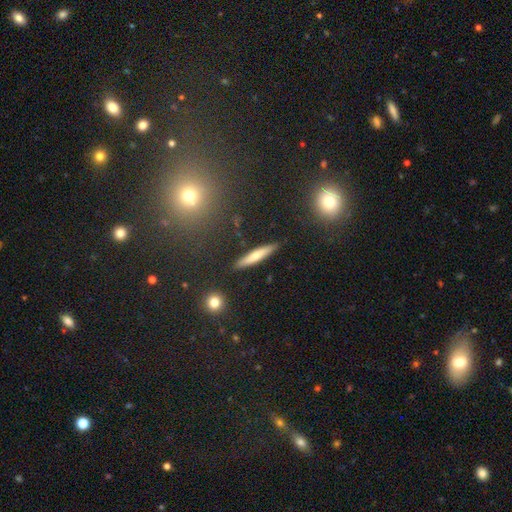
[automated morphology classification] smooth-or-featured: smooth: 62% | featured or disk: 31% | star or artifact: 7%
  how-rounded: cigar-shaped: 88% | in between: 10% | round: 2%
  merging: none: 89% | minor disturbance: 8% | major disturbance: 2% | merger: 2%